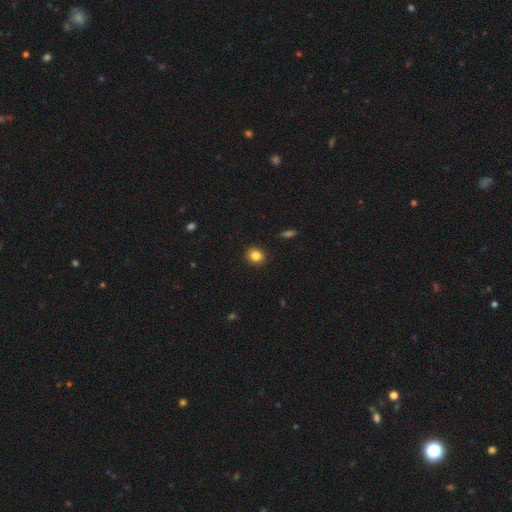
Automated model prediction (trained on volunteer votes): Smooth or featured?
  - smooth: 84% *
  - star or artifact: 11%
  - featured or disk: 5%
How rounded?
  - round: 83% *
  - in between: 16%
  - cigar-shaped: 1%
Merging?
  - none: 92% *
  - minor disturbance: 6%
  - major disturbance: 2%
  - merger: 1%